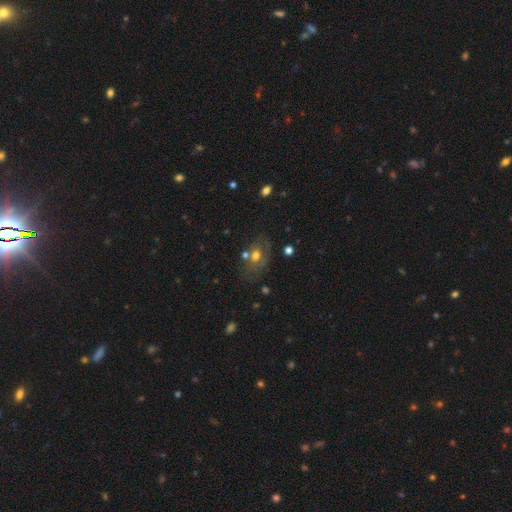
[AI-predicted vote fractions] This appears to be a smooth galaxy with no disk features (53%) that is in between round and cigar-shaped (68%). Merging: none (53%).